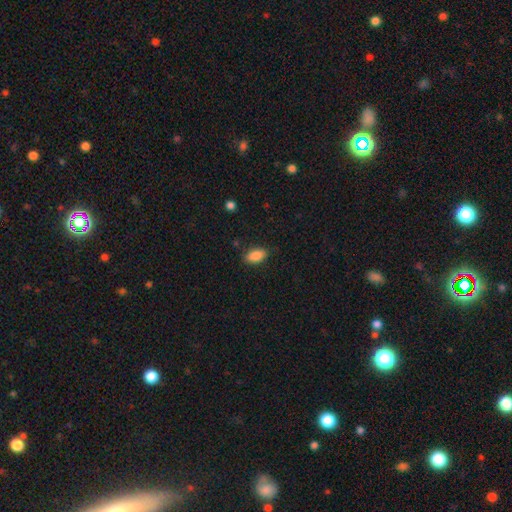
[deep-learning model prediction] Q: Smooth or featured?
A: smooth (88%); runner-up: star or artifact (8%)
Q: How rounded?
A: in between (91%); runner-up: round (5%)
Q: Merging?
A: none (85%); runner-up: minor disturbance (11%)